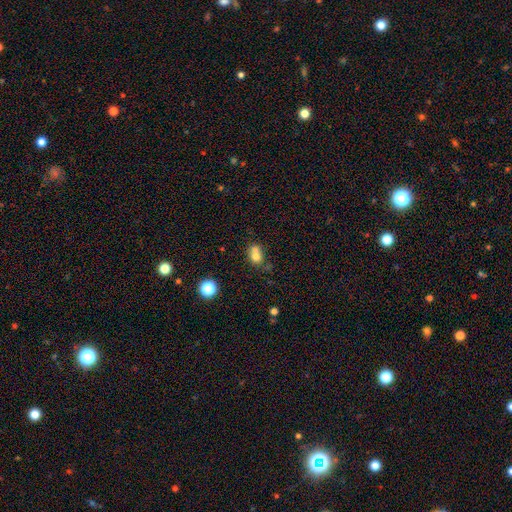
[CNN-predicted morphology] The model was most divided on "merging": merger: 54%, none: 32%, minor disturbance: 9%, major disturbance: 4%. More confident: smooth or featured — smooth (71%); how rounded — round (64%).